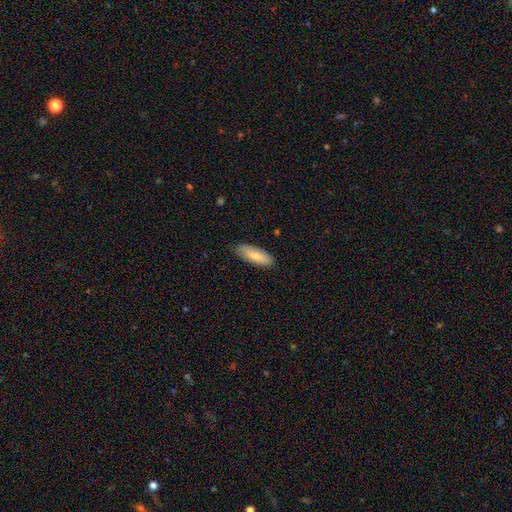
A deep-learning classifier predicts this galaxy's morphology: Overall: smooth (80%). How rounded: in between (67%; cigar-shaped 31%). Merging: none (85%).